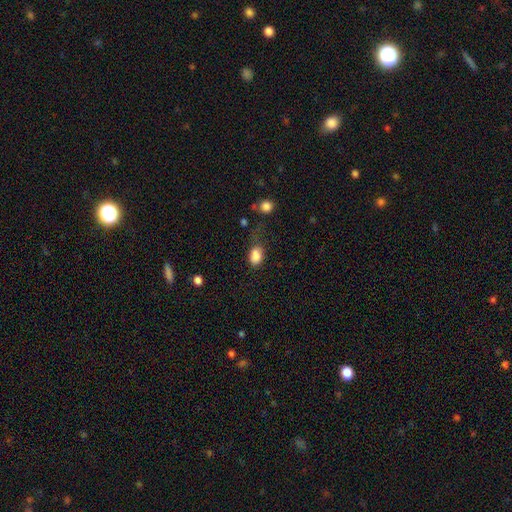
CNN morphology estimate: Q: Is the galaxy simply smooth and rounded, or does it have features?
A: smooth — 85%.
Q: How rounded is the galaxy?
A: in between — 82%.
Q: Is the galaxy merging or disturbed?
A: none — 48%.